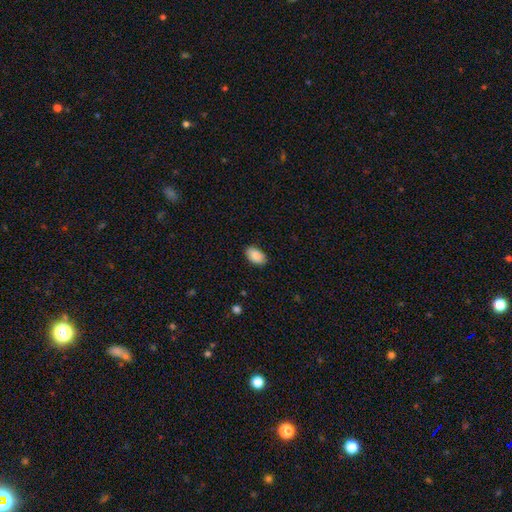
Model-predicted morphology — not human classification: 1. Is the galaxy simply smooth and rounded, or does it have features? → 89% smooth, 7% star or artifact, 4% featured or disk.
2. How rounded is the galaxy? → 93% in between, 5% round, 1% cigar-shaped.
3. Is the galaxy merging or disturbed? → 88% none, 9% minor disturbance, 2% major disturbance, 1% merger.